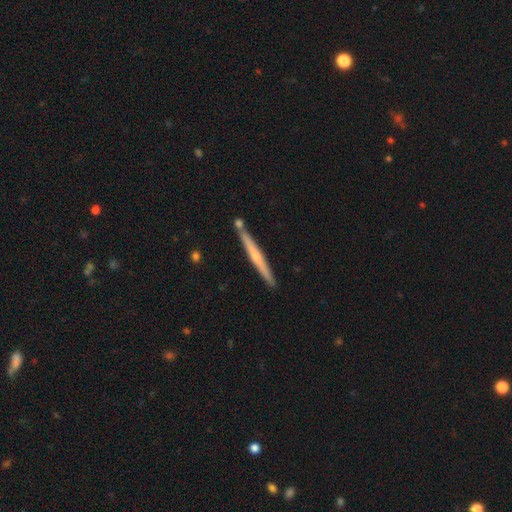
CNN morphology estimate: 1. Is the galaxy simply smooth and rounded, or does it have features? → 59% featured or disk, 35% smooth, 5% star or artifact.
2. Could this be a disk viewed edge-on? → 97% yes, 3% no.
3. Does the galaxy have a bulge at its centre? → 56% rounded, 39% none, 5% boxy.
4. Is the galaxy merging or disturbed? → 83% none, 9% minor disturbance, 6% merger, 2% major disturbance.